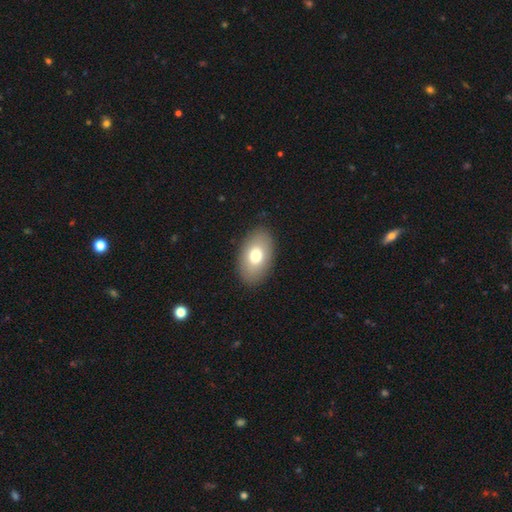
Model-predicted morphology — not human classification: smooth_or_featured: smooth (p=0.75) [alt: featured or disk p=0.18]
how_rounded: in between (p=0.91) [alt: round p=0.07]
merging: none (p=0.88) [alt: minor disturbance p=0.08]